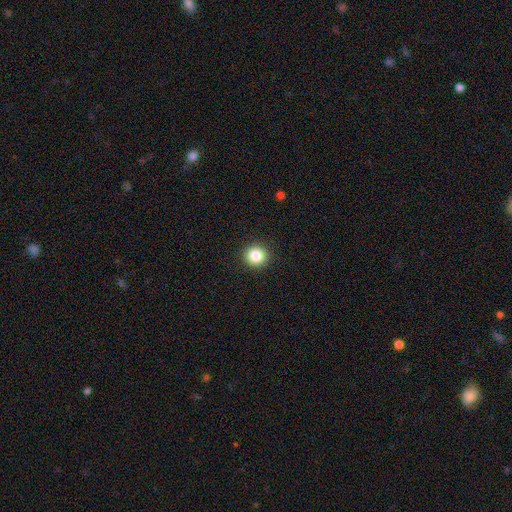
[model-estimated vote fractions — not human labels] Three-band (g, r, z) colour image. It shows a smooth galaxy with no disk features (85%) that is round (92%). Merging: none (93%).